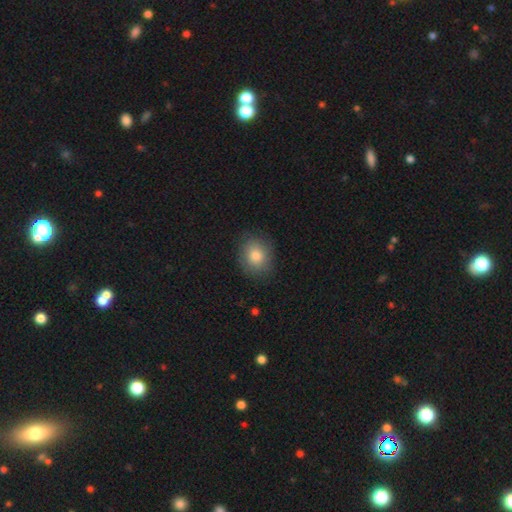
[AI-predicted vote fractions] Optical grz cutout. It shows a smooth galaxy with no disk features (81%) that is round (69%). Merging: none (84%).